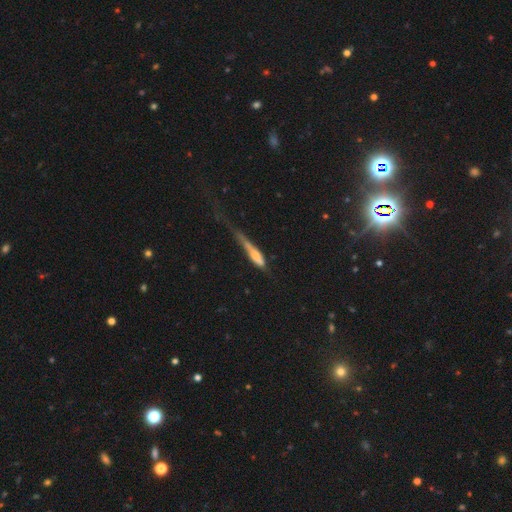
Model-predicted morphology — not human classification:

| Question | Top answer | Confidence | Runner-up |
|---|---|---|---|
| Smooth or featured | smooth | 60% | featured or disk (32%) |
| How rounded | cigar-shaped | 74% | in between (23%) |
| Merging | major disturbance | 50% | minor disturbance (26%) |